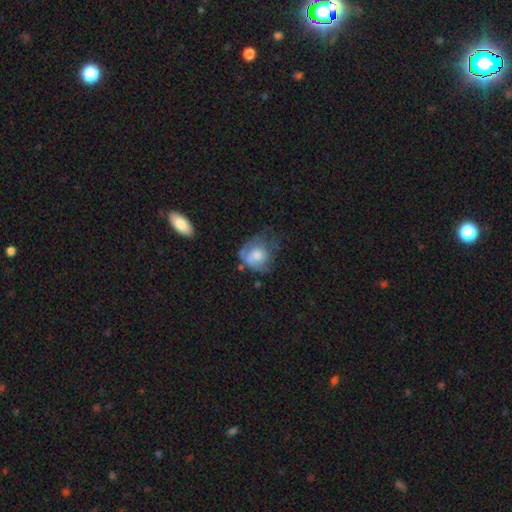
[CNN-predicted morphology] smooth 51%, featured or disk 41%, star or artifact 8%. Down the decision tree: how rounded — round (65%); merging — major disturbance (34%, tied with none).